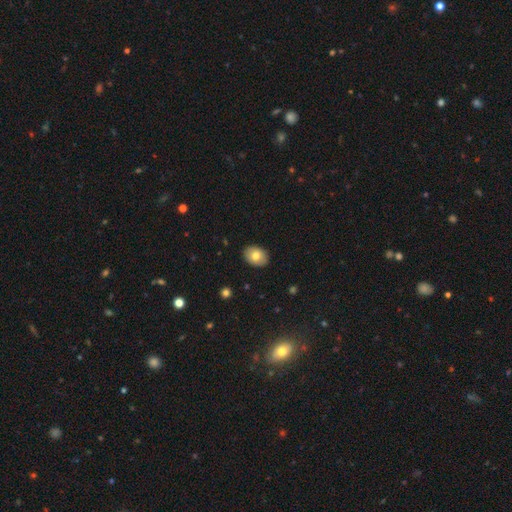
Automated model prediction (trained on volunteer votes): smooth_or_featured: smooth (p=0.77) [alt: featured or disk p=0.15]
how_rounded: in between (p=0.75) [alt: round p=0.24]
merging: none (p=0.89) [alt: minor disturbance p=0.08]